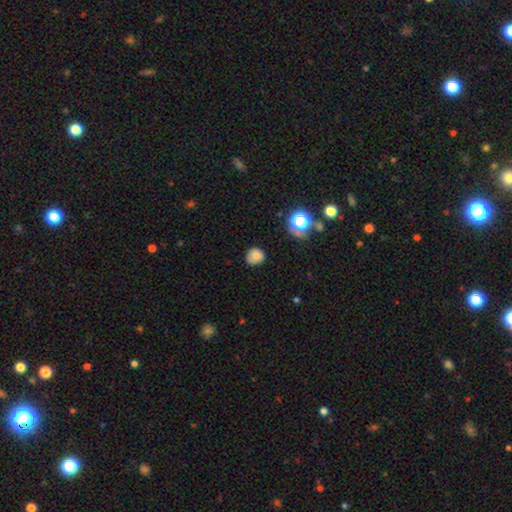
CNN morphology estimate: smooth 80%, star or artifact 12%, featured or disk 8%. Down the decision tree: how rounded — round (79%); merging — none (73%).